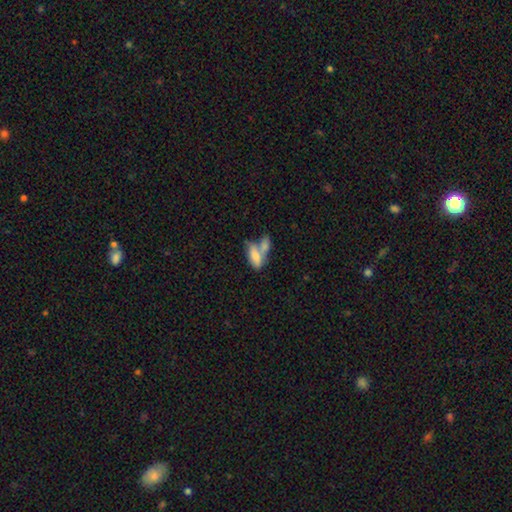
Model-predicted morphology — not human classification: smooth-or-featured: smooth: 74% | featured or disk: 19% | star or artifact: 7%
  how-rounded: in between: 83% | cigar-shaped: 13% | round: 3%
  merging: merger: 60% | none: 24% | minor disturbance: 10% | major disturbance: 6%